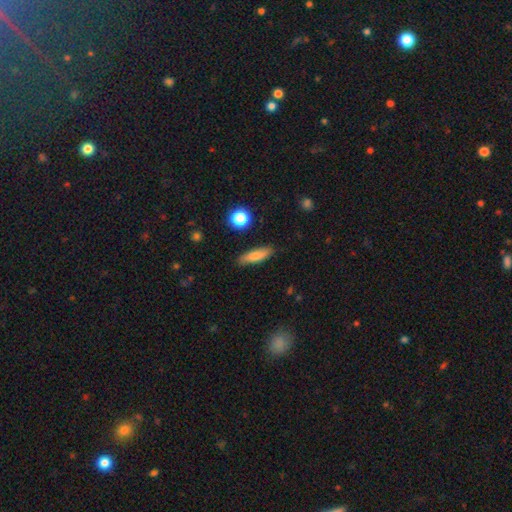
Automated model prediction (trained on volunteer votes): smooth_or_featured: smooth (p=0.77) [alt: featured or disk p=0.15]
how_rounded: cigar-shaped (p=0.62) [alt: in between p=0.34]
merging: none (p=0.85) [alt: minor disturbance p=0.11]